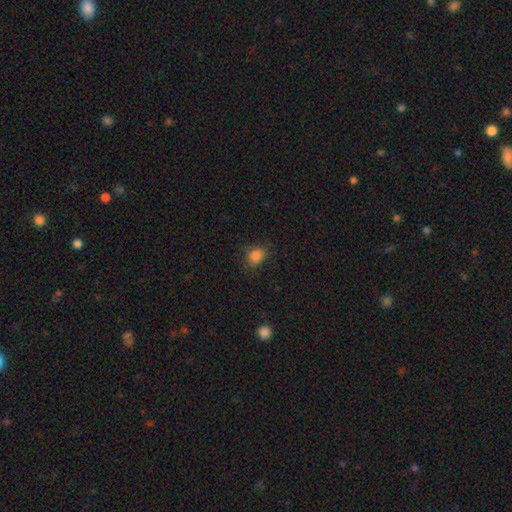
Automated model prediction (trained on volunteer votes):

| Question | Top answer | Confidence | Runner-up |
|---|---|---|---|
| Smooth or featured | smooth | 84% | star or artifact (12%) |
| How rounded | round | 54% | in between (45%) |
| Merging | none | 79% | minor disturbance (16%) |